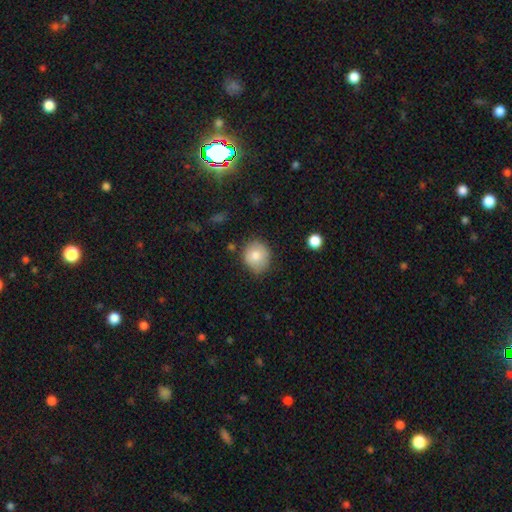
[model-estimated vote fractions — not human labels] Q: Smooth or featured?
A: smooth (79%); runner-up: featured or disk (12%)
Q: How rounded?
A: round (79%); runner-up: in between (20%)
Q: Merging?
A: none (72%); runner-up: minor disturbance (21%)